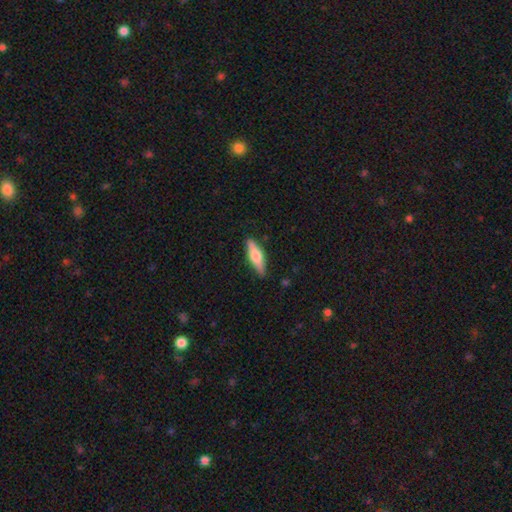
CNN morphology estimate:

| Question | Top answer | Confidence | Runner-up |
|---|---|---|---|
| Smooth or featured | smooth | 49% | featured or disk (45%) |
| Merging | none | 87% | minor disturbance (10%) |